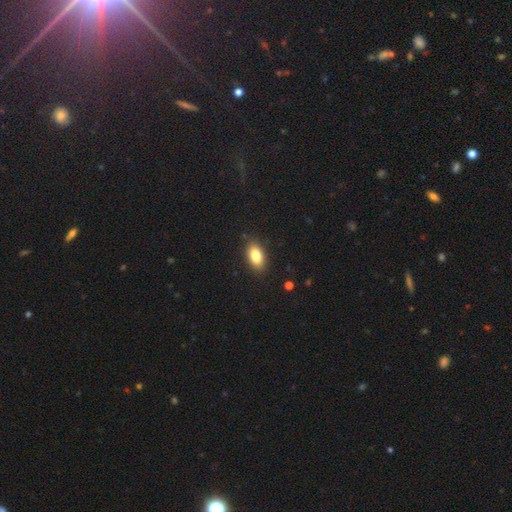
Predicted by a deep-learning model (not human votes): smooth-or-featured: smooth: 84% | featured or disk: 8% | star or artifact: 8%
  how-rounded: in between: 90% | round: 6% | cigar-shaped: 4%
  merging: none: 87% | minor disturbance: 9% | major disturbance: 2% | merger: 1%